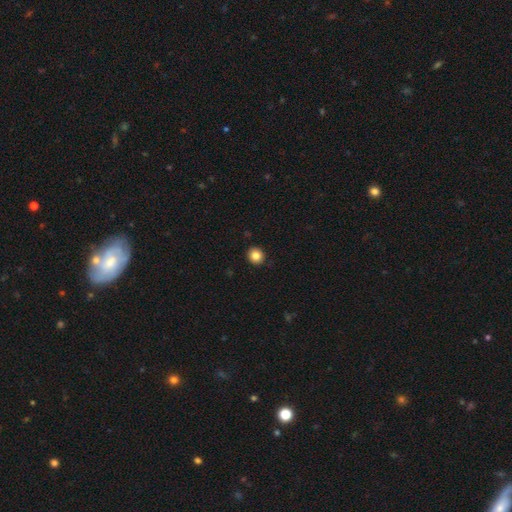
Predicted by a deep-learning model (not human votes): Overall: smooth (84%). How rounded: round (88%). Merging: none (91%).